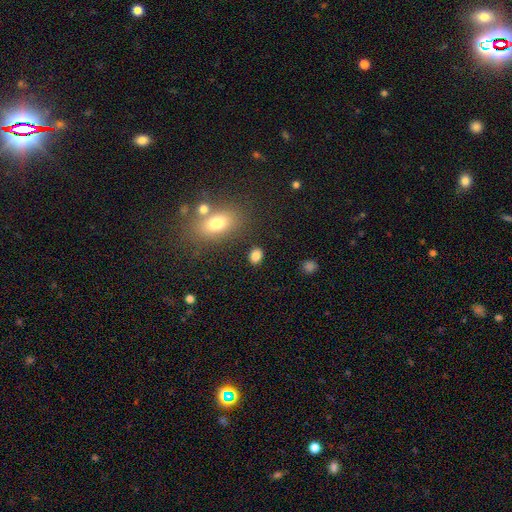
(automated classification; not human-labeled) Morphology: type=smooth (84%); roundness=in between (71%); merging=none (83%).